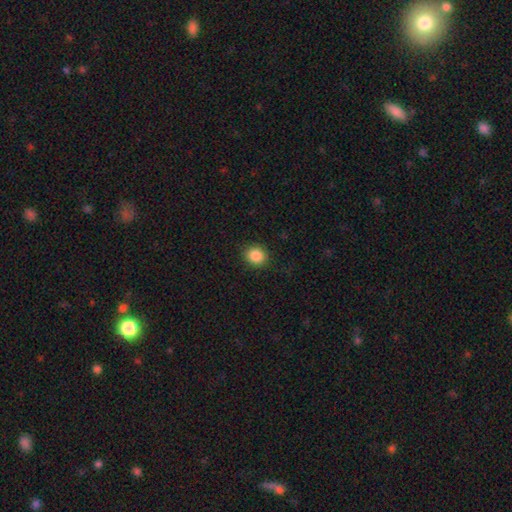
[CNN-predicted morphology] The model was most divided on "how rounded": round: 78%, in between: 21%, cigar-shaped: 1%. More confident: merging — none (89%); smooth or featured — smooth (86%).